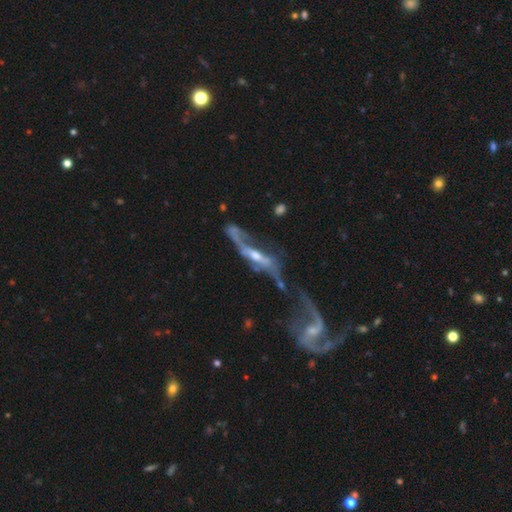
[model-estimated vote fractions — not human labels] This appears to be a featured or disk galaxy (80%). Merging: merger (36%).